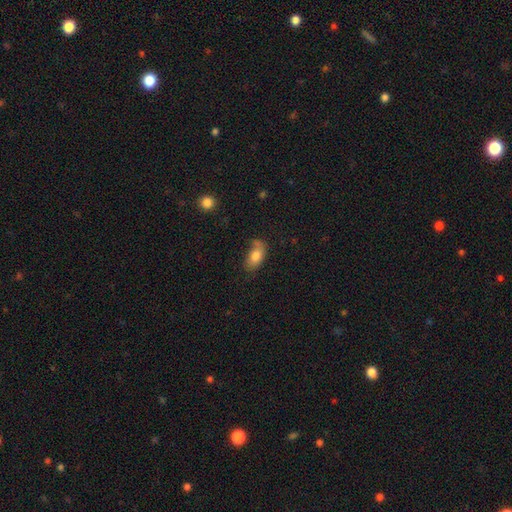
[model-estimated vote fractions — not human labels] smooth-or-featured: smooth: 77% | featured or disk: 15% | star or artifact: 8%
  how-rounded: in between: 90% | round: 6% | cigar-shaped: 4%
  merging: none: 51% | minor disturbance: 27% | major disturbance: 14% | merger: 9%